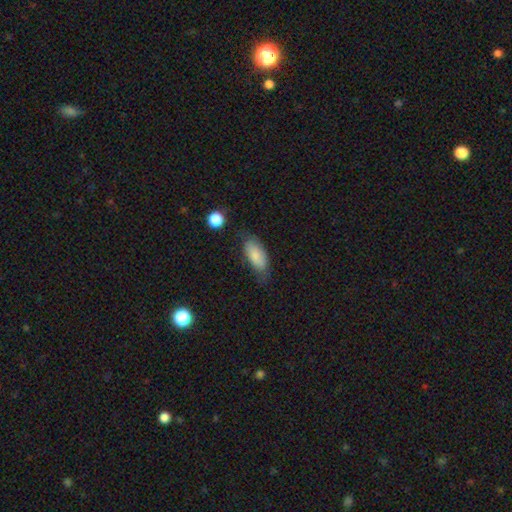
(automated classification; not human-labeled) A smooth galaxy with no disk features (82%) that is in between round and cigar-shaped (88%). Merging: none (61%).